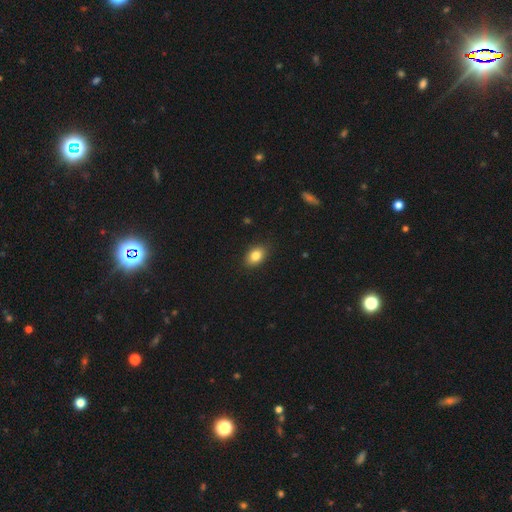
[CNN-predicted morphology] This is clearly a smooth galaxy (84%). How rounded: clearly in between (82%). Merging: clearly none (87%).